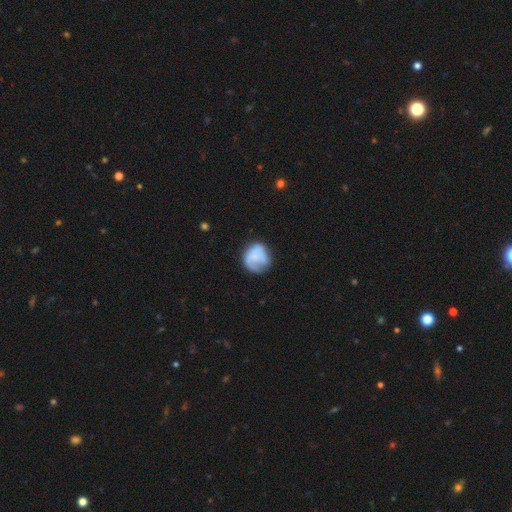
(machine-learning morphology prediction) This appears to be a smooth galaxy with no disk features (62%) that is round (79%). Merging: none (52%).